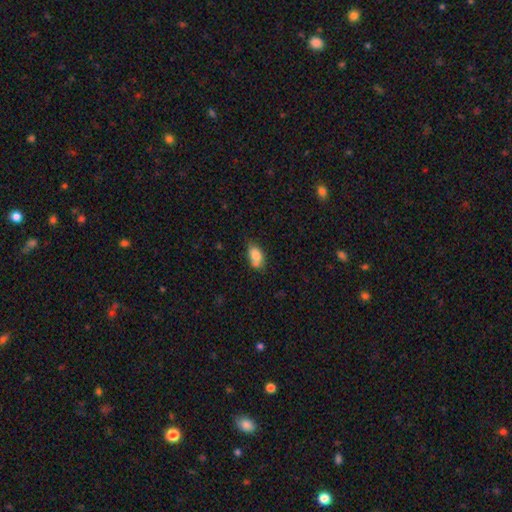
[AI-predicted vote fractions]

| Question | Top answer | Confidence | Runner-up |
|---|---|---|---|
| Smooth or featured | smooth | 79% | featured or disk (13%) |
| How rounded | in between | 88% | round (8%) |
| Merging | none | 51% | minor disturbance (28%) |